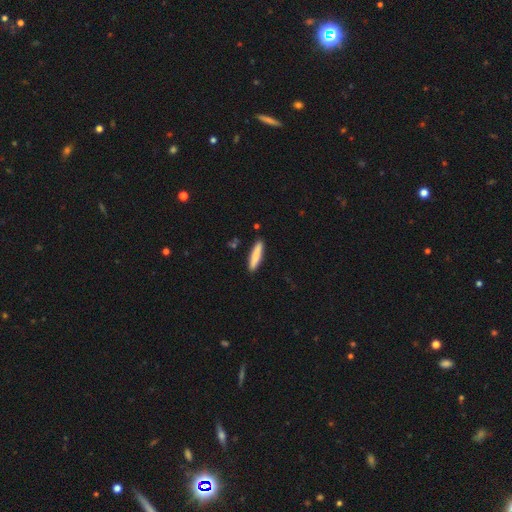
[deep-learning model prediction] Smooth or featured: smooth — 82% (featured or disk — 12%)
How rounded: cigar-shaped — 87% (in between — 12%)
Merging: none — 89% (minor disturbance — 8%)